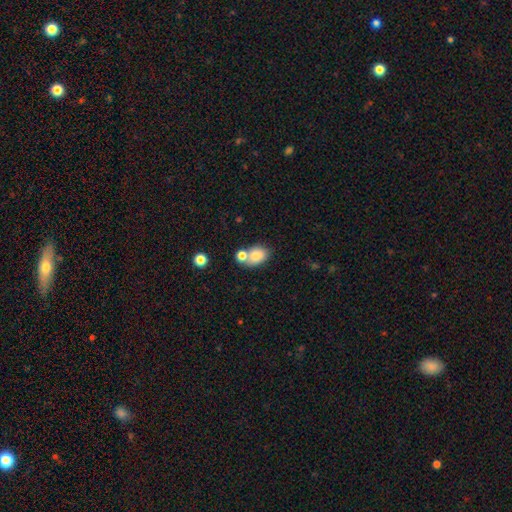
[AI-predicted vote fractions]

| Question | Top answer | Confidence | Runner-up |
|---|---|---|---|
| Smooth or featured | smooth | 80% | featured or disk (11%) |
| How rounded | in between | 68% | round (30%) |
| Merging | none | 52% | merger (32%) |